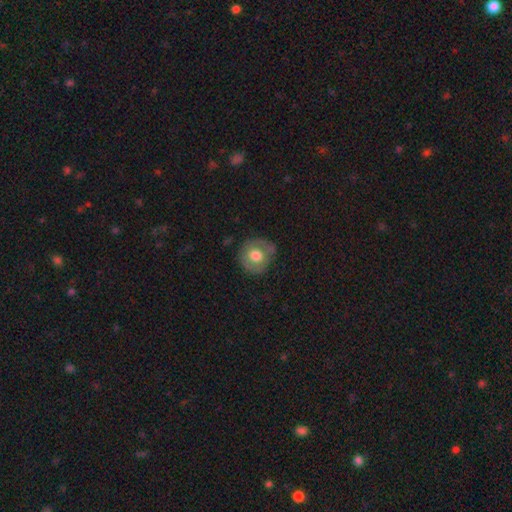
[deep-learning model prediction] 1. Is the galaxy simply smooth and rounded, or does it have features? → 60% smooth, 32% featured or disk, 7% star or artifact.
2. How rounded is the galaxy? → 86% round, 13% in between, 1% cigar-shaped.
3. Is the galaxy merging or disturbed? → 72% none, 20% minor disturbance, 6% major disturbance, 2% merger.